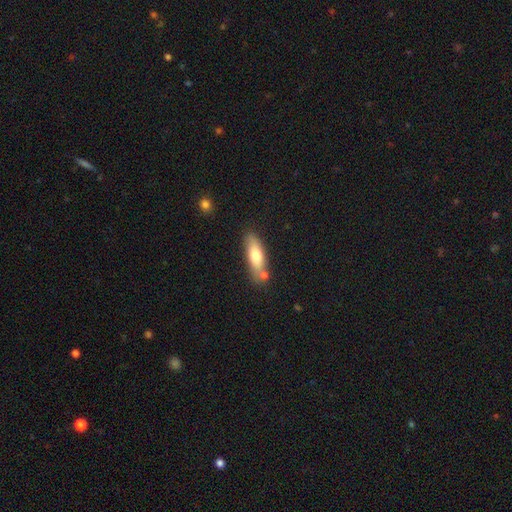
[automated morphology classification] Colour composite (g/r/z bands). It shows a smooth galaxy with no disk features (70%) that is in between round and cigar-shaped (53%). Merging: none (71%).